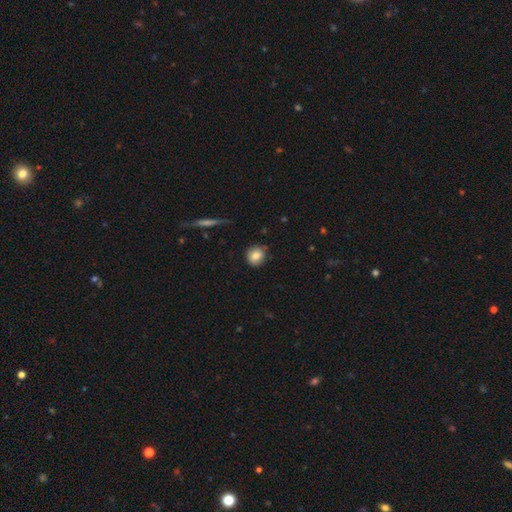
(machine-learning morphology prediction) Overall: smooth (82%). How rounded: round (87%). Merging: none (83%).